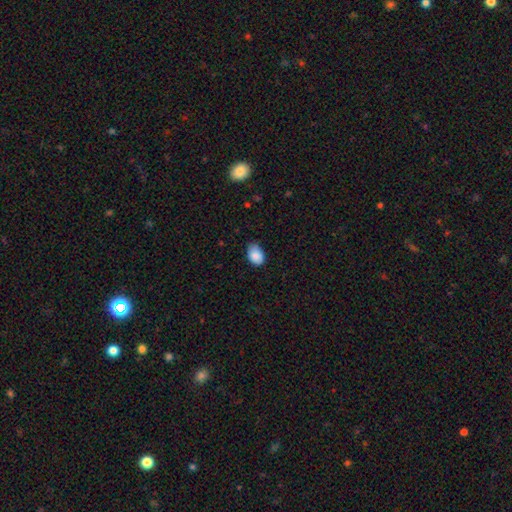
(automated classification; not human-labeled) smooth-or-featured: smooth: 87% | star or artifact: 7% | featured or disk: 5%
  how-rounded: in between: 82% | round: 17% | cigar-shaped: 1%
  merging: none: 64% | minor disturbance: 30% | major disturbance: 4% | merger: 1%